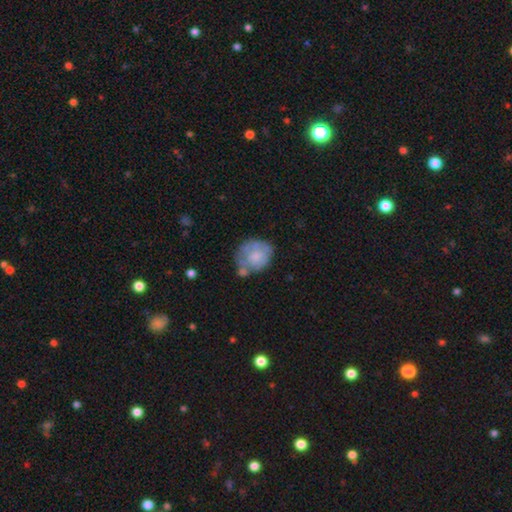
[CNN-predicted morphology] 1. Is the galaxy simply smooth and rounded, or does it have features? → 56% smooth, 37% featured or disk, 7% star or artifact.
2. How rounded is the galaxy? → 68% round, 31% in between, 1% cigar-shaped.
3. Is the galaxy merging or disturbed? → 44% none, 28% minor disturbance, 14% merger, 14% major disturbance.